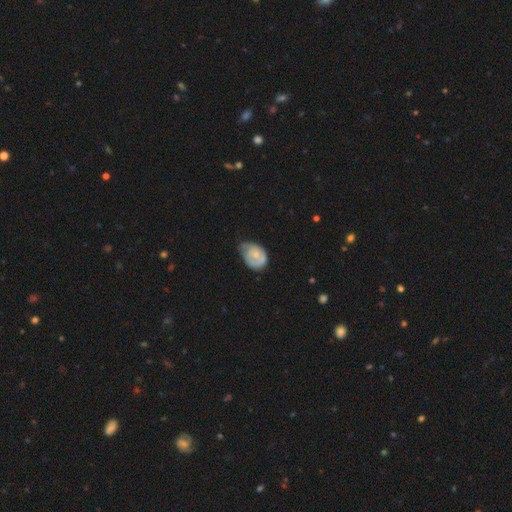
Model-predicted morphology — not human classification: This is possibly a smooth galaxy (51%). How rounded: likely in between (72%). Merging: possibly minor disturbance (46%).